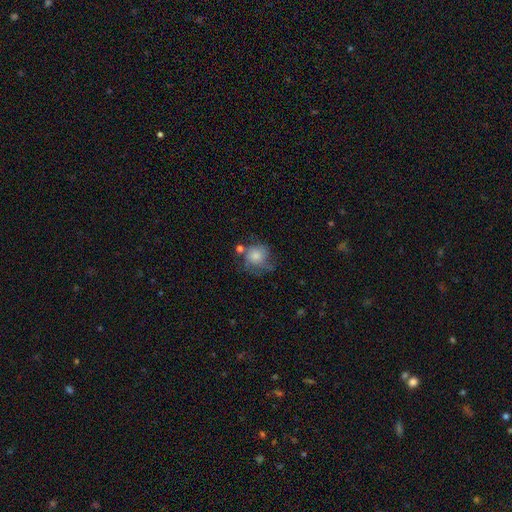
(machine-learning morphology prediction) This is likely a smooth galaxy (61%). How rounded: likely round (76%). Merging: marginally none (41%).